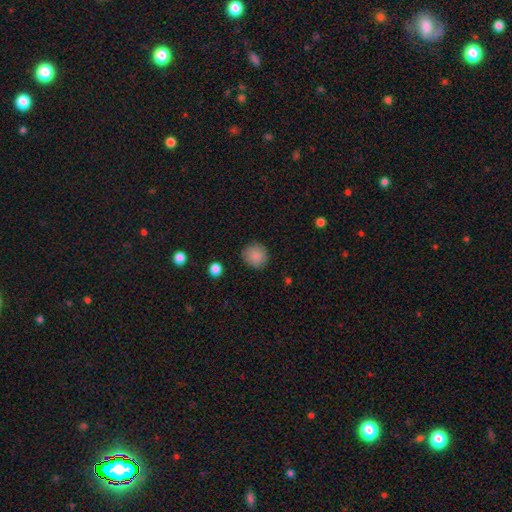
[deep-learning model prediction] A smooth galaxy with no disk features (88%) that is round (86%).

Vote fractions:
- Smooth or featured? smooth: 88% / star or artifact: 8% / featured or disk: 4%
- How rounded? round: 86% / in between: 13% / cigar-shaped: 1%
- Merging? none: 87% / minor disturbance: 9% / major disturbance: 3% / merger: 1%